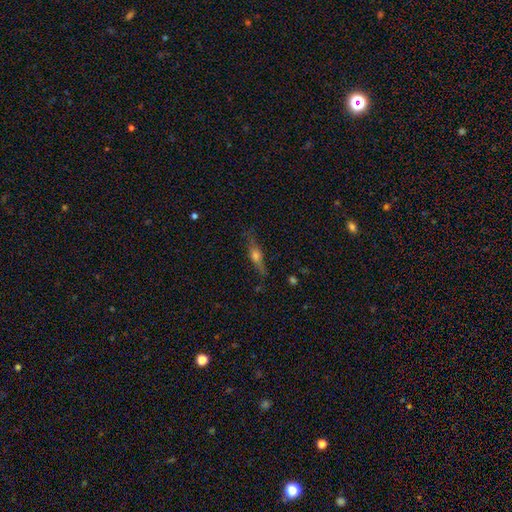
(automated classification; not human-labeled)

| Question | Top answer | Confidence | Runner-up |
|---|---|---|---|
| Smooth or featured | featured or disk | 64% | smooth (26%) |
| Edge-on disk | yes | 94% | no (6%) |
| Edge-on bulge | rounded | 90% | boxy (6%) |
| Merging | none | 81% | minor disturbance (14%) |